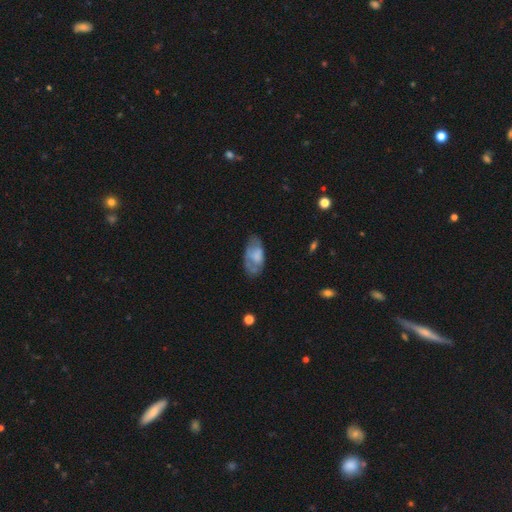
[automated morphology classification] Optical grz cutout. It shows a smooth galaxy with no disk features (58%) that is in between round and cigar-shaped (93%). Merging: none (54%).